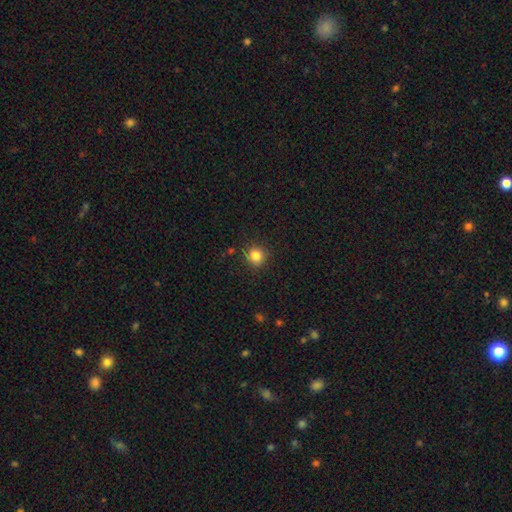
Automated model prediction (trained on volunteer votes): smooth_or_featured: smooth (p=0.83) [alt: star or artifact p=0.12]
how_rounded: round (p=0.92) [alt: in between p=0.07]
merging: none (p=0.87) [alt: minor disturbance p=0.09]